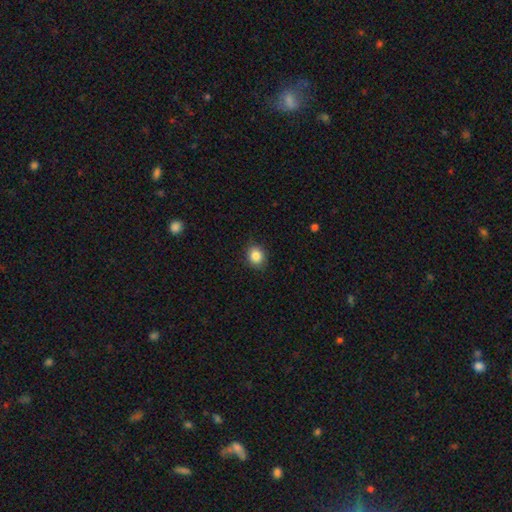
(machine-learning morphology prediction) The model was most divided on "how rounded": round: 69%, in between: 30%, cigar-shaped: 1%. More confident: merging — none (86%); smooth or featured — smooth (85%).